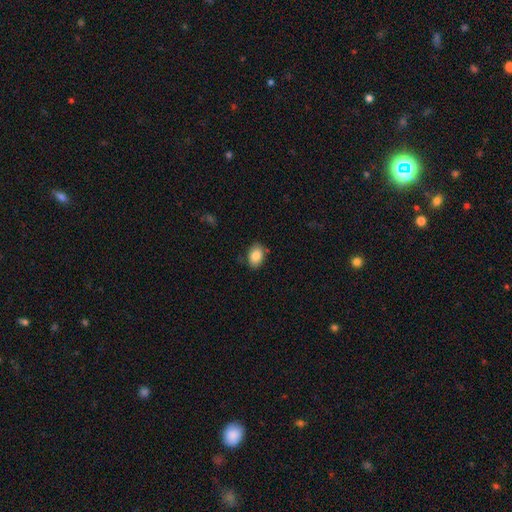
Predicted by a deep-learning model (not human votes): A smooth galaxy with no disk features (85%) that is in between round and cigar-shaped (84%). Merging: none (82%).